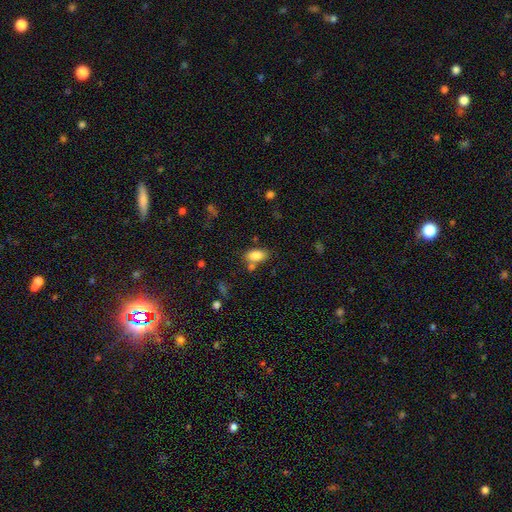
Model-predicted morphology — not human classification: Overall: smooth (85%). How rounded: in between (91%). Merging: none (65%).